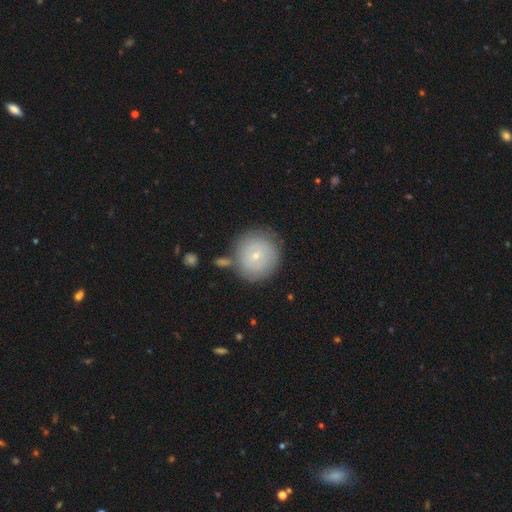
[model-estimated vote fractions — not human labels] smooth 61%, featured or disk 32%, star or artifact 7%. Down the decision tree: how rounded — round (90%); merging — none (72%).